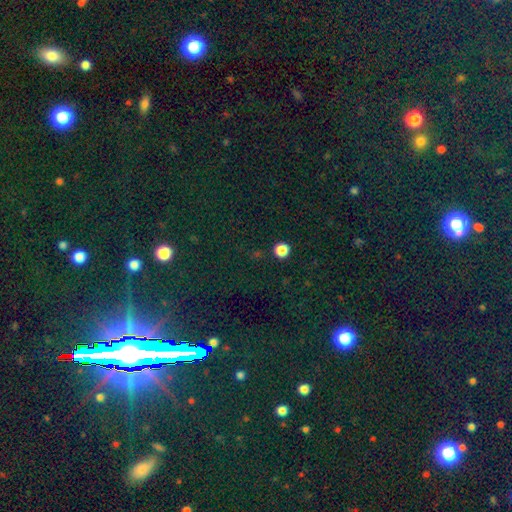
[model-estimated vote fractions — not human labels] smooth-or-featured: star or artifact: 81% | smooth: 11% | featured or disk: 8%